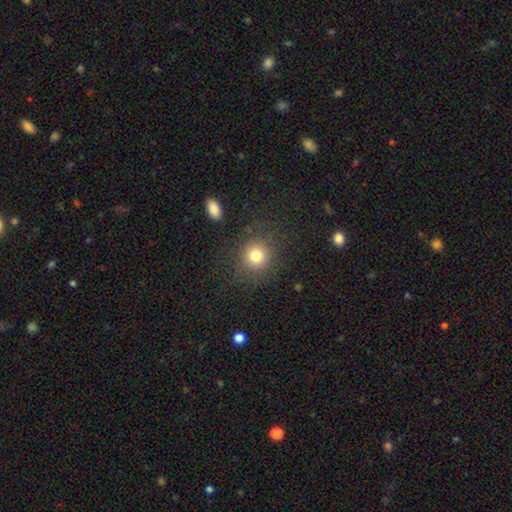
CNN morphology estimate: This is likely a smooth galaxy (79%). How rounded: clearly round (90%). Merging: clearly none (85%).